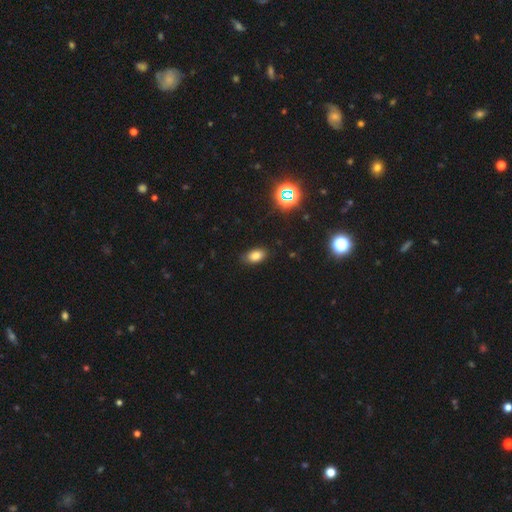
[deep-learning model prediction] Overall: smooth (79%). How rounded: in between (90%). Merging: none (83%).